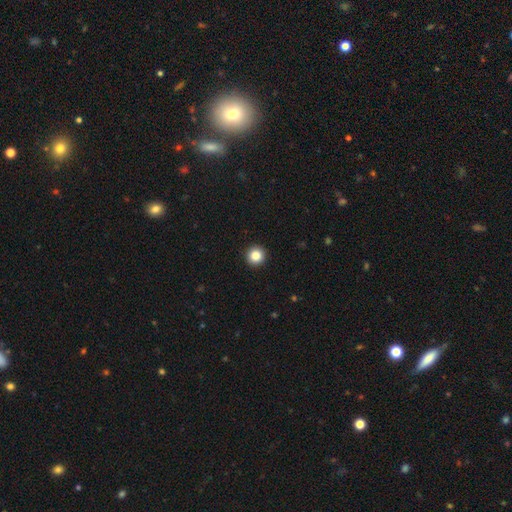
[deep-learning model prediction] smooth-or-featured: smooth: 86% | star or artifact: 10% | featured or disk: 4%
  how-rounded: round: 96% | in between: 3% | cigar-shaped: 1%
  merging: none: 94% | minor disturbance: 4% | major disturbance: 1% | merger: 1%